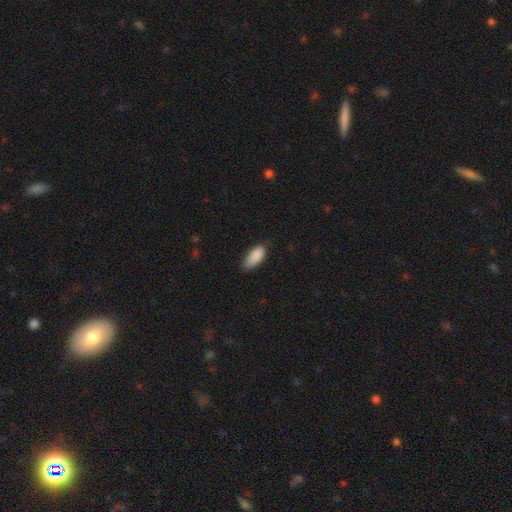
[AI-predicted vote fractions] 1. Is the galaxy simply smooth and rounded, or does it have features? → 88% smooth, 7% star or artifact, 5% featured or disk.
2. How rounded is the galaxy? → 83% in between, 16% cigar-shaped, 2% round.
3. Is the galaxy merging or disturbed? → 68% none, 27% minor disturbance, 4% major disturbance, 1% merger.